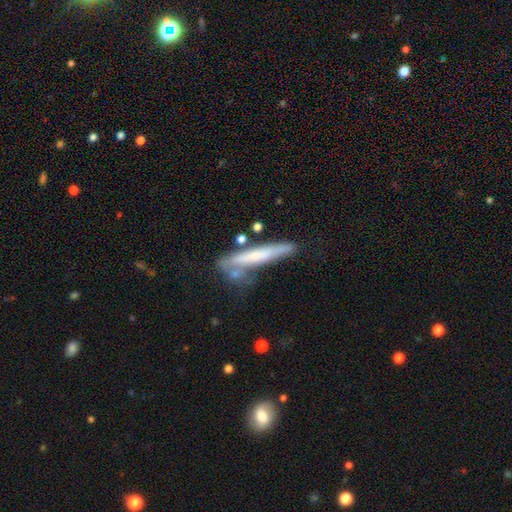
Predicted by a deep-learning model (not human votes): Smooth or featured? smooth (51%)
How rounded? cigar-shaped (92%)
Merging? none (57%)